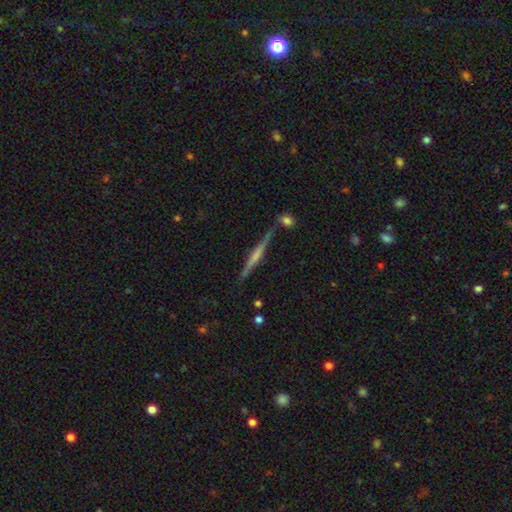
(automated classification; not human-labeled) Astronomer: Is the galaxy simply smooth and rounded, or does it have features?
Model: featured or disk — 67%.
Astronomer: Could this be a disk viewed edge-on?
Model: yes — 97%.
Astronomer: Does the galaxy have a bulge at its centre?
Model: rounded — 45% (runner-up: none, 36%).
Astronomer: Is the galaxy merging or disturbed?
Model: none — 81%.